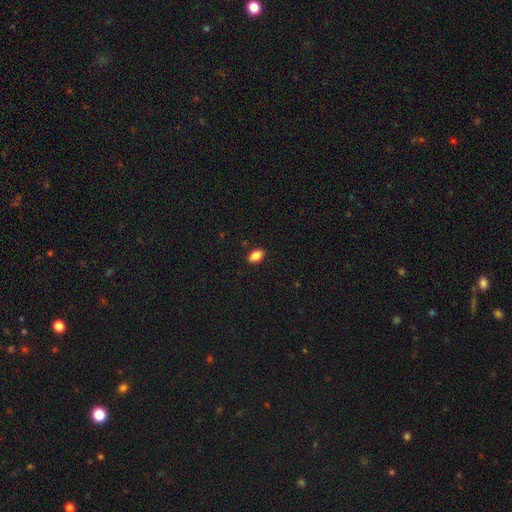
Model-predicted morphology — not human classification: Smooth or featured?
  - smooth: 87% *
  - star or artifact: 8%
  - featured or disk: 5%
How rounded?
  - in between: 91% *
  - round: 6%
  - cigar-shaped: 3%
Merging?
  - none: 89% *
  - minor disturbance: 8%
  - major disturbance: 2%
  - merger: 1%